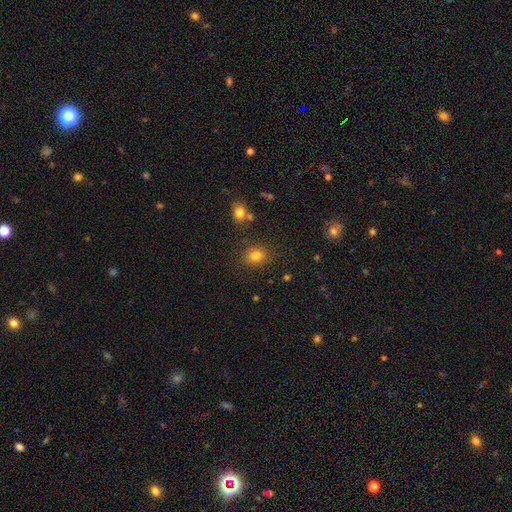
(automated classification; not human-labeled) Morphology: type=smooth (79%); roundness=round (69%); merging=none (78%).